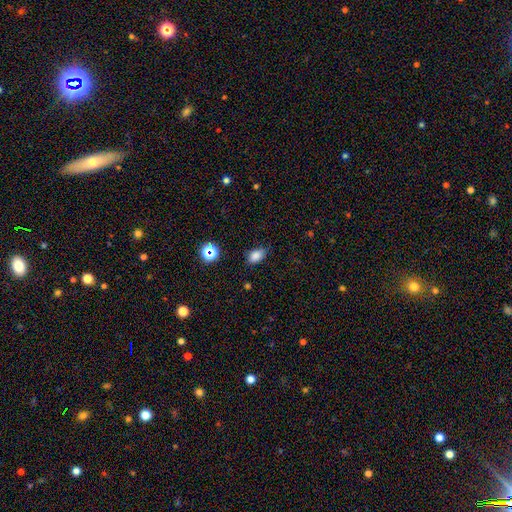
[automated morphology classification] Smooth or featured?
  - smooth: 81% *
  - star or artifact: 13%
  - featured or disk: 6%
How rounded?
  - in between: 85% *
  - round: 13%
  - cigar-shaped: 2%
Merging?
  - none: 76% *
  - minor disturbance: 18%
  - major disturbance: 4%
  - merger: 2%